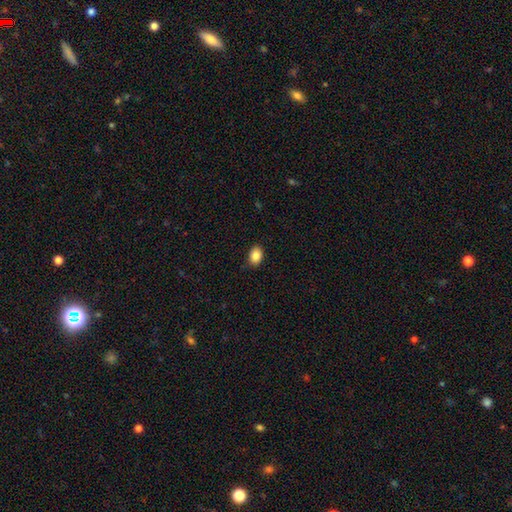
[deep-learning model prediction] This is clearly a smooth galaxy (87%). How rounded: likely in between (79%). Merging: clearly none (86%).